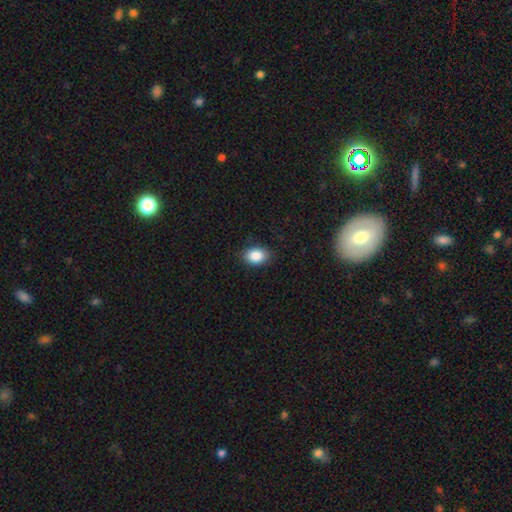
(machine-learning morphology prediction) type=smooth (87%); roundness=in between (75%); merging=none (86%).